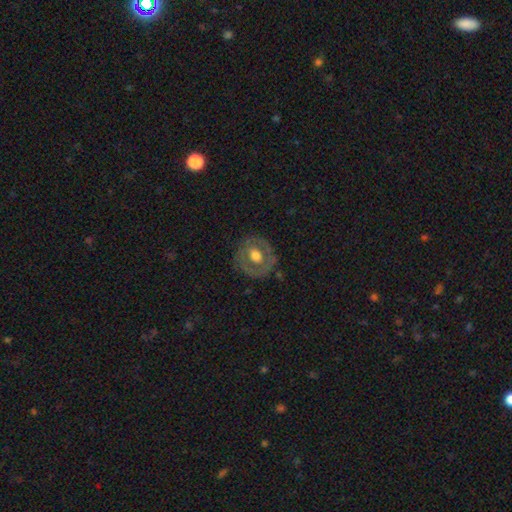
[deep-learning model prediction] Smooth or featured: featured or disk — 51% (smooth — 43%)
Edge-on disk: no — 95% (yes — 5%)
Merging: none — 79% (minor disturbance — 14%)